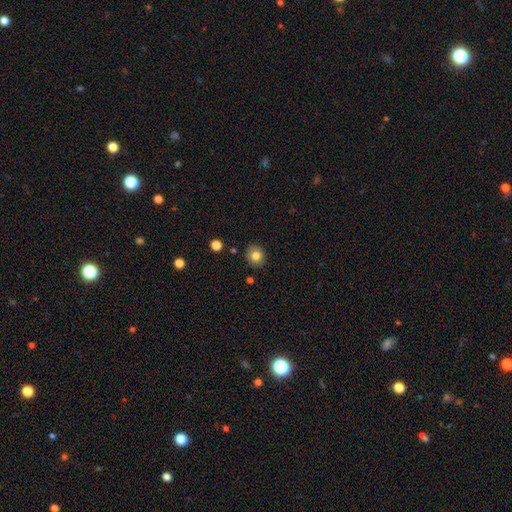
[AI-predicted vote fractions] The model was most divided on "how rounded": round: 79%, in between: 20%, cigar-shaped: 1%. More confident: merging — none (86%); smooth or featured — smooth (80%).